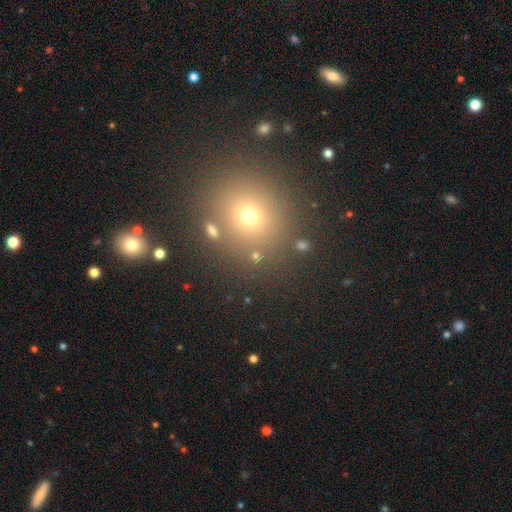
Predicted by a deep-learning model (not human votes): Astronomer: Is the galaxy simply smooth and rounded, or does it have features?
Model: smooth — 64%.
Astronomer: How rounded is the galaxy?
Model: round — 82%.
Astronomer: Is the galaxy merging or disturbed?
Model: none — 79%.